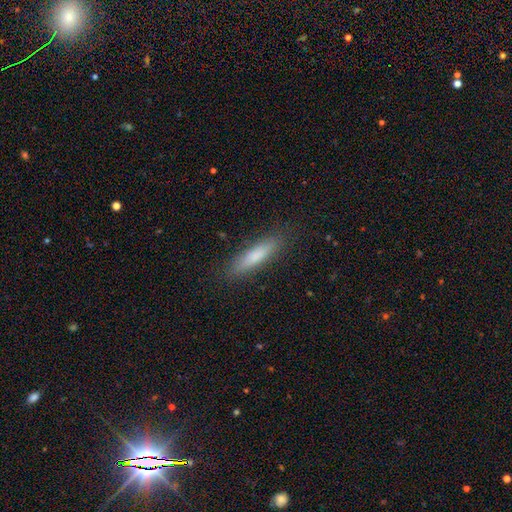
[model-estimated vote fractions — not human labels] Smooth or featured? Predicted: smooth (p=0.77). How rounded? Predicted: cigar-shaped (p=0.79). Merging? Predicted: none (p=0.87).